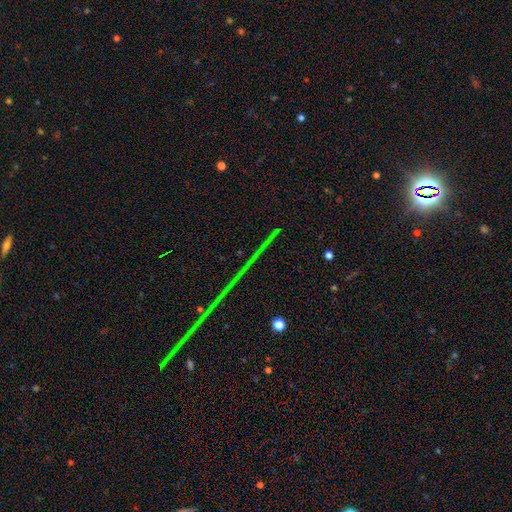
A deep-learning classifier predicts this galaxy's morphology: Smooth or featured? star or artifact (79%)